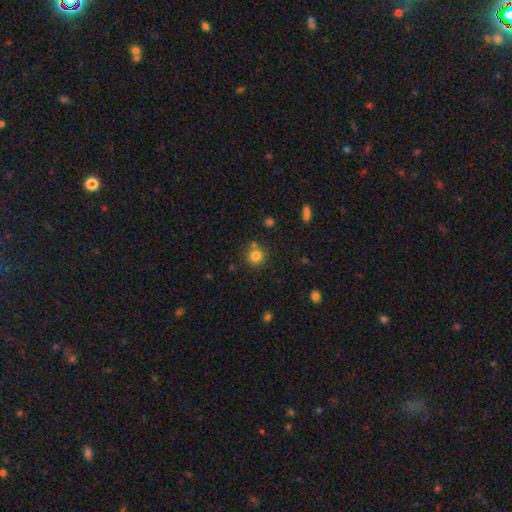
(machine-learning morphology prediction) Smooth or featured? Predicted: smooth (p=0.82). How rounded? Predicted: round (p=0.92). Merging? Predicted: none (p=0.76).